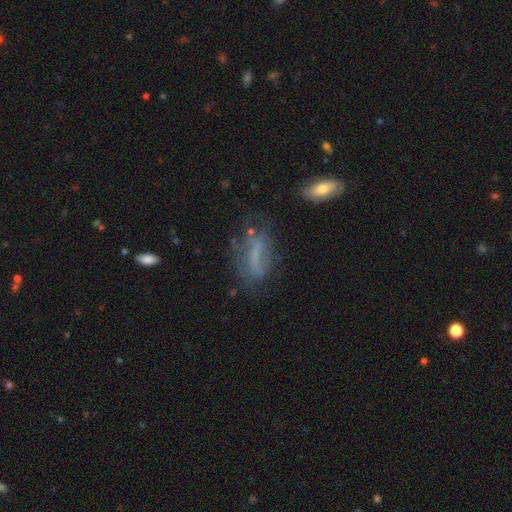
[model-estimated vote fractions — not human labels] smooth-or-featured: featured or disk: 46% | smooth: 41% | star or artifact: 13%
  merging: none: 55% | minor disturbance: 24% | major disturbance: 16% | merger: 4%